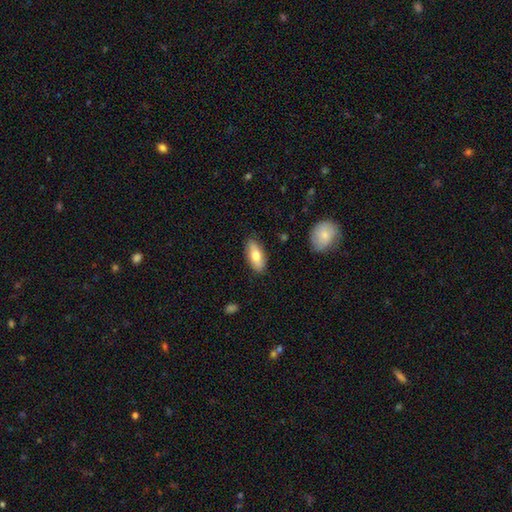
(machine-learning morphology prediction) A smooth galaxy with no disk features (71%) that is in between round and cigar-shaped (84%).

Vote fractions:
- Smooth or featured? smooth: 71% / featured or disk: 23% / star or artifact: 6%
- How rounded? in between: 84% / cigar-shaped: 13% / round: 3%
- Merging? none: 86% / minor disturbance: 10% / major disturbance: 2% / merger: 1%